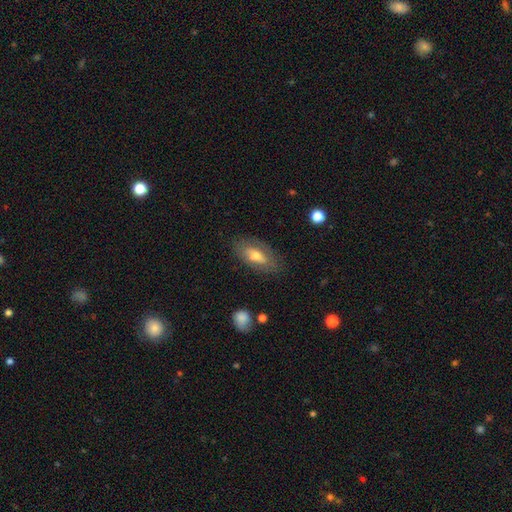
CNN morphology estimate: A smooth galaxy with no disk features (56%) that is in between round and cigar-shaped (85%).

Vote fractions:
- Smooth or featured? smooth: 56% / featured or disk: 37% / star or artifact: 7%
- How rounded? in between: 85% / cigar-shaped: 12% / round: 4%
- Merging? none: 76% / minor disturbance: 17% / major disturbance: 5% / merger: 2%